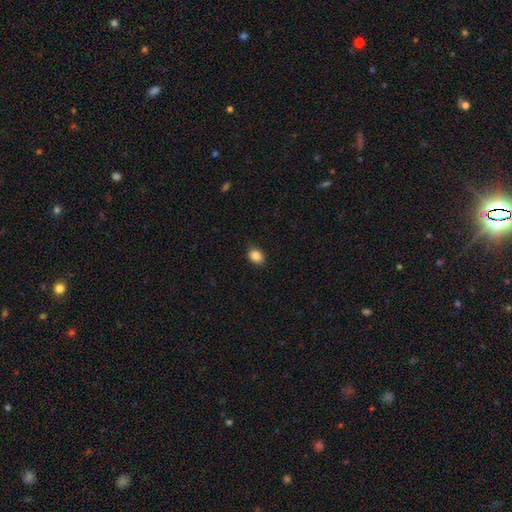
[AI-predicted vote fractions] smooth_or_featured: smooth (p=0.87) [alt: star or artifact p=0.09]
how_rounded: in between (p=0.64) [alt: round p=0.35]
merging: none (p=0.88) [alt: minor disturbance p=0.09]